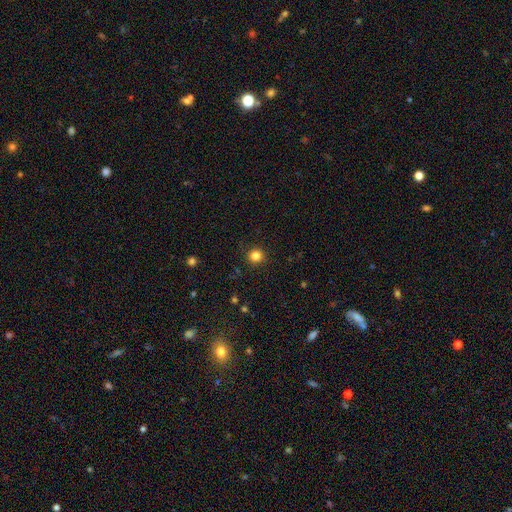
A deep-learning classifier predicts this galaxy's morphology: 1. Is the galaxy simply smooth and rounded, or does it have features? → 83% smooth, 12% star or artifact, 4% featured or disk.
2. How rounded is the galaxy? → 94% round, 5% in between, 1% cigar-shaped.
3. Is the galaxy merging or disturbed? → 91% none, 6% minor disturbance, 2% major disturbance, 1% merger.